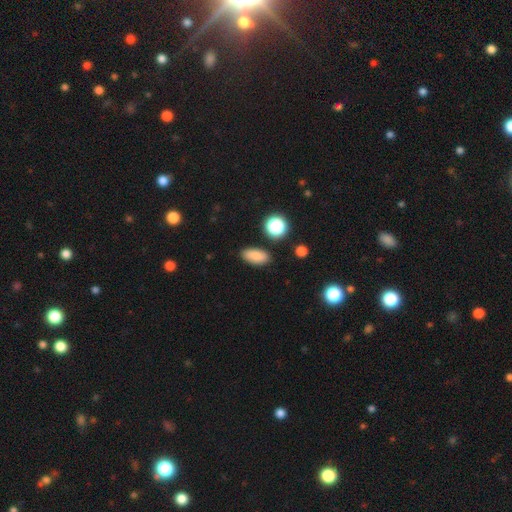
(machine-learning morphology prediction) smooth 84%, star or artifact 10%, featured or disk 5%. Down the decision tree: how rounded — in between (86%); merging — none (86%).